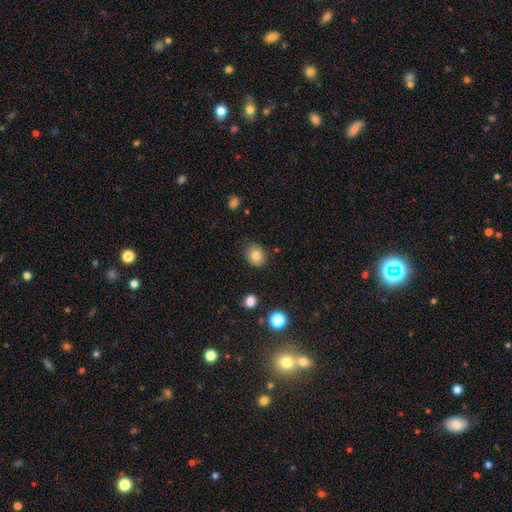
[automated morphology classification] smooth 81%, star or artifact 10%, featured or disk 9%. Down the decision tree: how rounded — round (51%); merging — none (85%).